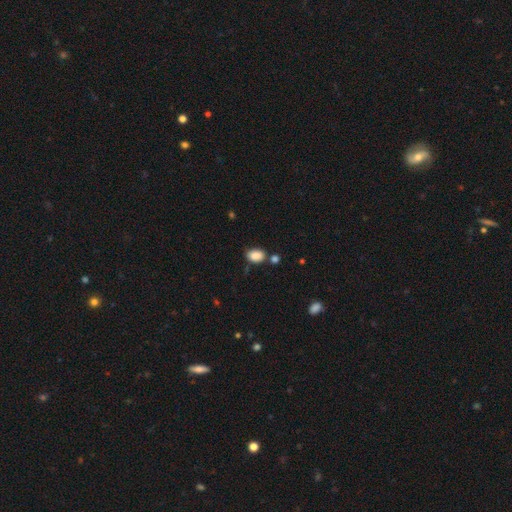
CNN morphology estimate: Smooth or featured?
  - smooth: 87% *
  - star or artifact: 9%
  - featured or disk: 4%
How rounded?
  - in between: 83% *
  - round: 16%
  - cigar-shaped: 1%
Merging?
  - none: 68% *
  - minor disturbance: 16%
  - merger: 12%
  - major disturbance: 4%